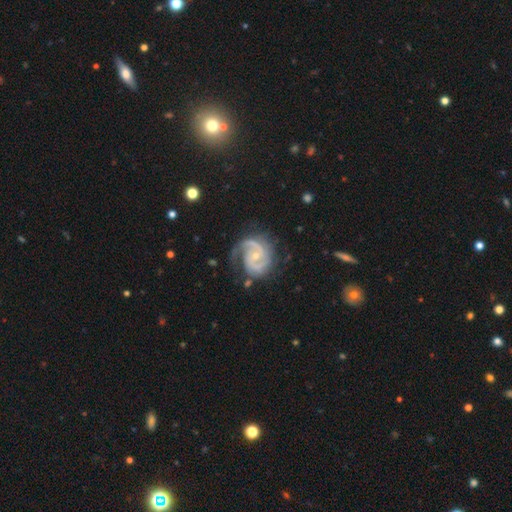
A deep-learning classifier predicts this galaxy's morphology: smooth_or_featured: featured or disk (p=0.91) [alt: star or artifact p=0.05]
disk_edge_on: no (p=0.98) [alt: yes p=0.02]
bar: no (p=0.58) [alt: weak p=0.33]
has_spiral_arms: yes (p=0.98) [alt: no p=0.02]
spiral_winding: medium (p=0.51) [alt: tight p=0.37]
spiral_arm_count: 2 (p=0.79) [alt: 3 p=0.08]
bulge_size: small (p=0.64) [alt: moderate p=0.32]
merging: none (p=0.65) [alt: minor disturbance p=0.22]